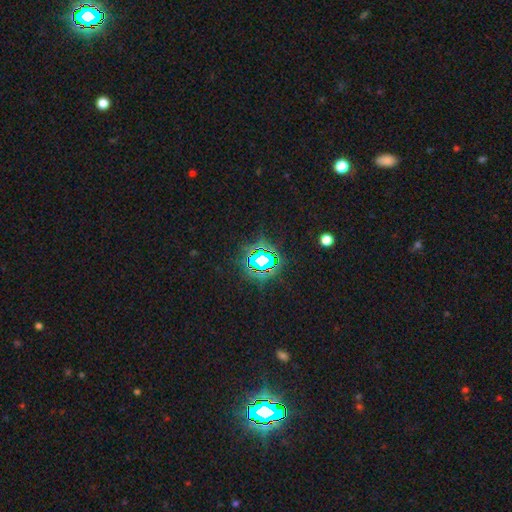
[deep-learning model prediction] Smooth or featured?
  - star or artifact: 79% *
  - smooth: 13%
  - featured or disk: 9%